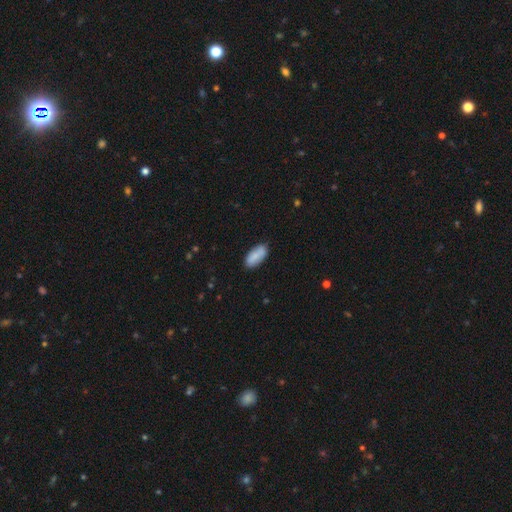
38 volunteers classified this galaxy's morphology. Smooth or featured? 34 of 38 (89%) said smooth. How rounded? 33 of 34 (97%) said in between. Merging? 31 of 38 (82%) said none.